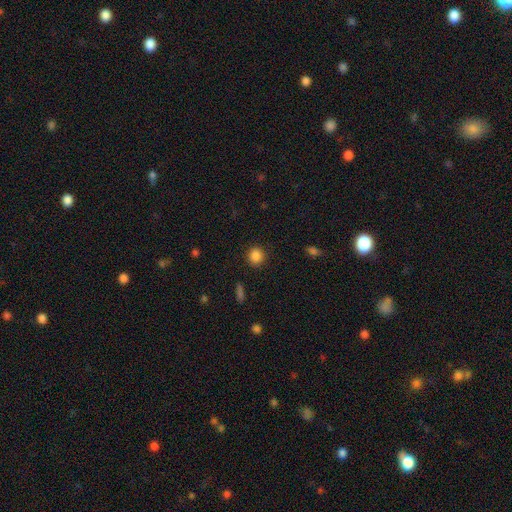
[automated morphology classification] This is clearly a smooth galaxy (86%). How rounded: clearly round (87%). Merging: clearly none (90%).